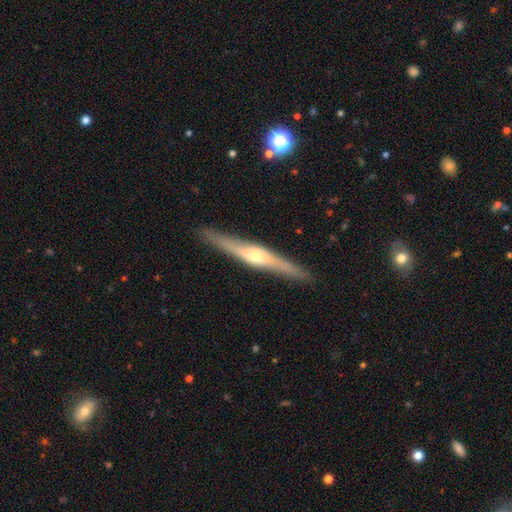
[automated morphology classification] smooth_or_featured: featured or disk (p=0.74) [alt: smooth p=0.21]
disk_edge_on: yes (p=0.94) [alt: no p=0.06]
edge_on_bulge: rounded (p=0.85) [alt: none p=0.08]
merging: none (p=0.89) [alt: minor disturbance p=0.08]